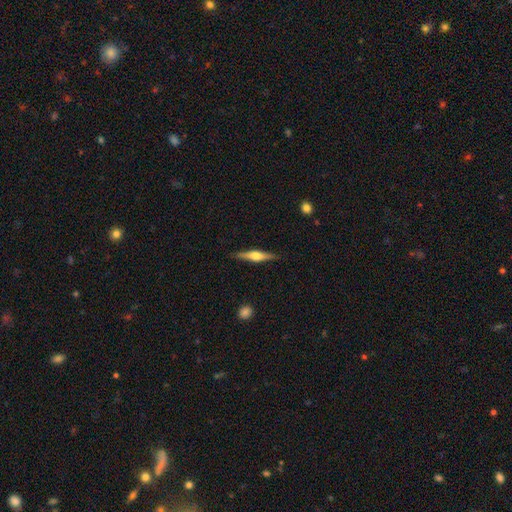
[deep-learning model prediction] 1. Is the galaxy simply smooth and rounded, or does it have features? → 67% featured or disk, 27% smooth, 5% star or artifact.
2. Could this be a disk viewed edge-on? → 97% yes, 3% no.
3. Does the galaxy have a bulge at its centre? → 87% rounded, 10% boxy, 3% none.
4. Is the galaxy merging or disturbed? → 89% none, 8% minor disturbance, 2% major disturbance, 1% merger.